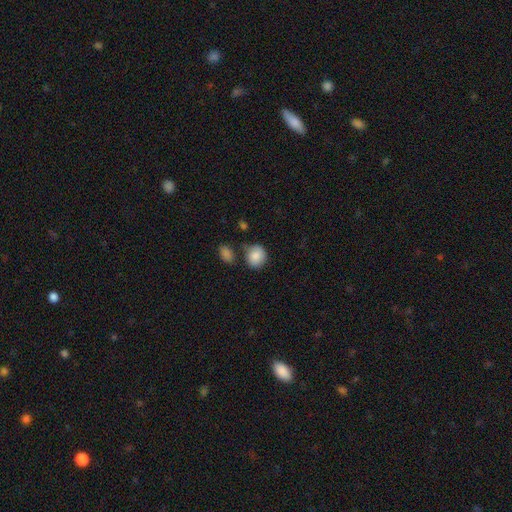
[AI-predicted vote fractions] smooth-or-featured: smooth: 86% | star or artifact: 7% | featured or disk: 7%
  how-rounded: round: 74% | in between: 24% | cigar-shaped: 1%
  merging: none: 65% | minor disturbance: 20% | merger: 10% | major disturbance: 6%